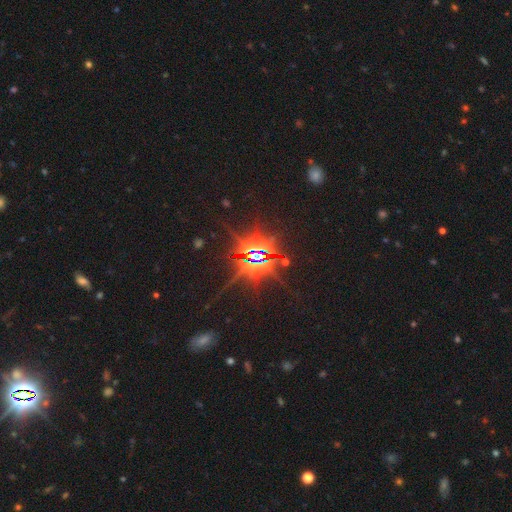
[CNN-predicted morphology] A star or artifact, not a galaxy (83%).

Vote fractions:
- Smooth or featured? star or artifact: 83% / featured or disk: 11% / smooth: 5%